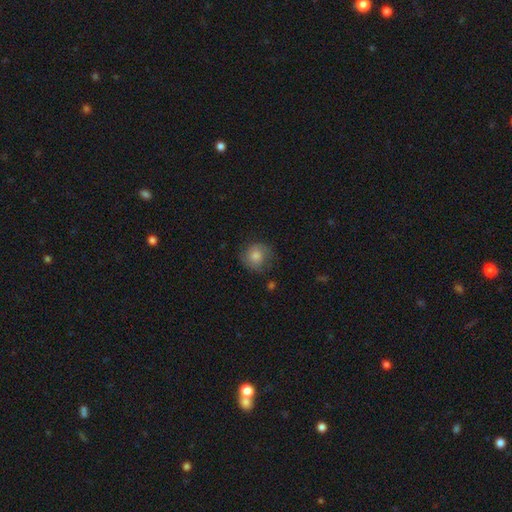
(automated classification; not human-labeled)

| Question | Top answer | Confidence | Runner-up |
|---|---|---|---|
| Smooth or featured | smooth | 72% | featured or disk (17%) |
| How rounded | round | 87% | in between (12%) |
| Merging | none | 75% | minor disturbance (18%) |